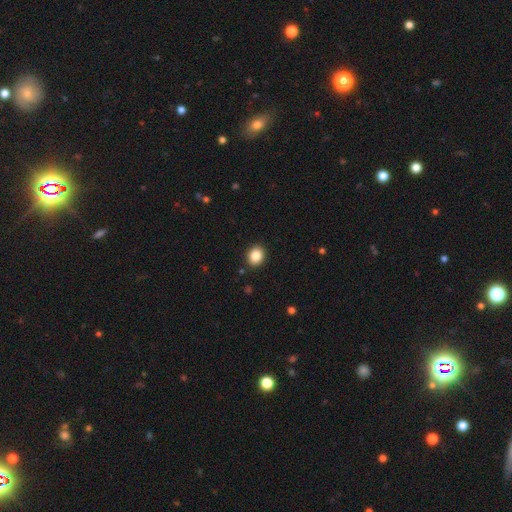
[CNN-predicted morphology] This appears to be a smooth galaxy with no disk features (86%) that is round (58%). Merging: none (91%).